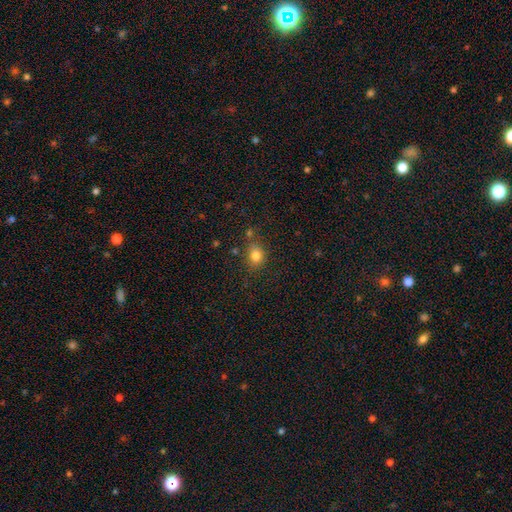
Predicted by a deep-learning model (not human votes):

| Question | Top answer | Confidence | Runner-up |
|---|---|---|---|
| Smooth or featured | smooth | 81% | star or artifact (12%) |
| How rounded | round | 54% | in between (45%) |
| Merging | none | 71% | minor disturbance (16%) |